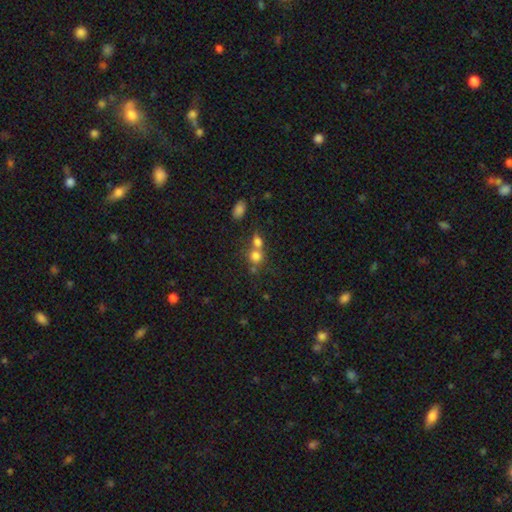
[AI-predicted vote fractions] Smooth or featured?
  - smooth: 73% *
  - star or artifact: 14%
  - featured or disk: 13%
How rounded?
  - round: 79% *
  - in between: 20%
  - cigar-shaped: 1%
Merging?
  - merger: 55% *
  - none: 35%
  - minor disturbance: 7%
  - major disturbance: 4%